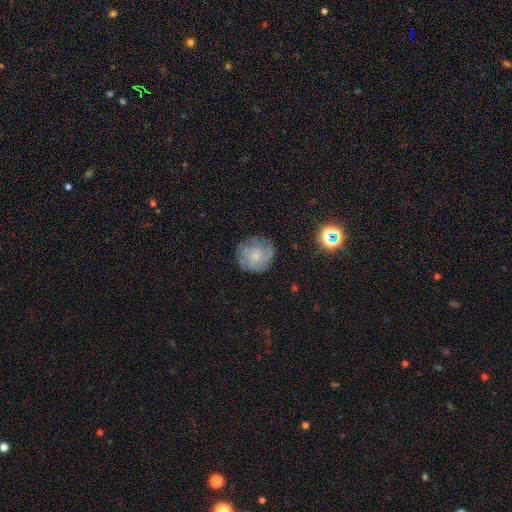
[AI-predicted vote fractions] This appears to be a featured or disk galaxy (51%). Merging: none (75%).